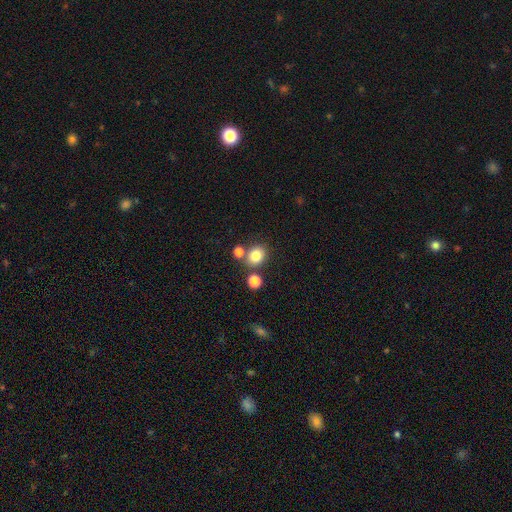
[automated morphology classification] Smooth or featured?
  - smooth: 81% *
  - star or artifact: 12%
  - featured or disk: 7%
How rounded?
  - round: 63% *
  - in between: 36%
  - cigar-shaped: 1%
Merging?
  - none: 70% *
  - merger: 17%
  - minor disturbance: 10%
  - major disturbance: 3%